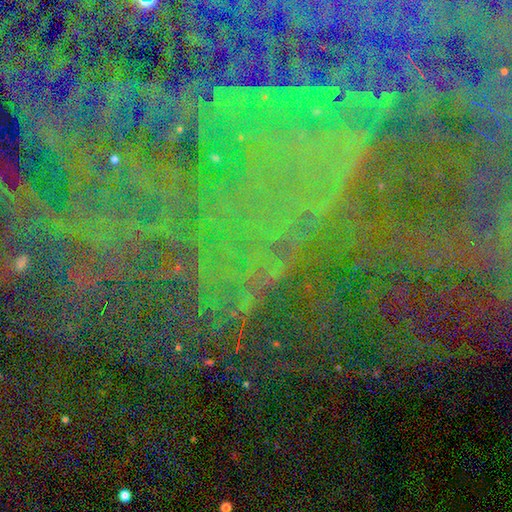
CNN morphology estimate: type=star or artifact (82%).